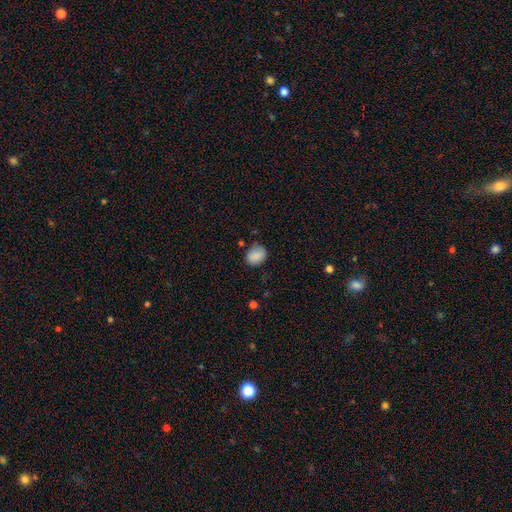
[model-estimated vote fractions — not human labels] A smooth galaxy with no disk features (86%) that is round (50%).

Vote fractions:
- Smooth or featured? smooth: 86% / star or artifact: 8% / featured or disk: 5%
- How rounded? round: 50% / in between: 49% / cigar-shaped: 1%
- Merging? none: 75% / minor disturbance: 18% / major disturbance: 4% / merger: 2%